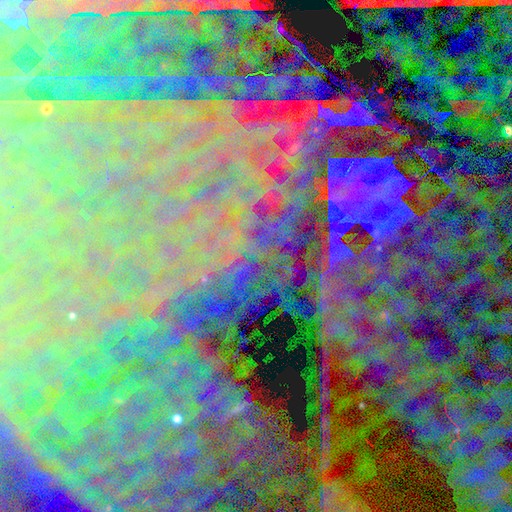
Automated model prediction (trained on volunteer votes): This appears to be a star or artifact, not a galaxy (83%).